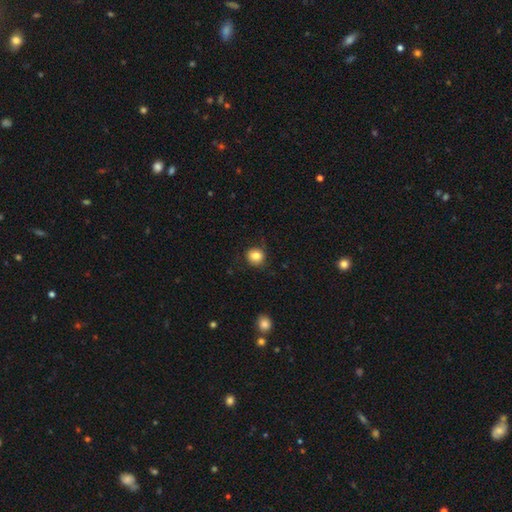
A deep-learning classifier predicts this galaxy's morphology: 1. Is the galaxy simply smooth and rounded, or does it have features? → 84% smooth, 10% star or artifact, 6% featured or disk.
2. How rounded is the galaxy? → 85% round, 14% in between, 1% cigar-shaped.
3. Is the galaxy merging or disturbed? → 79% none, 16% minor disturbance, 4% major disturbance, 1% merger.